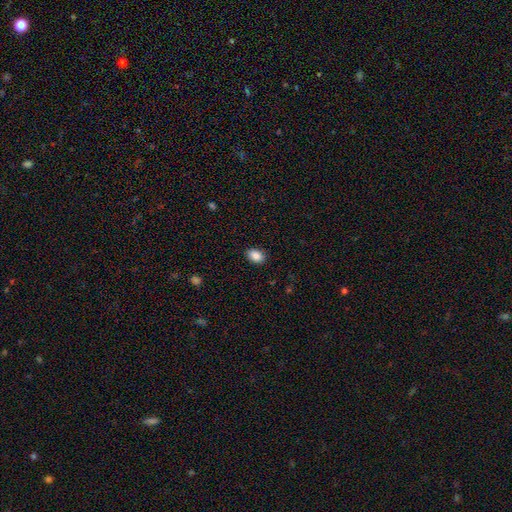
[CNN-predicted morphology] Overall: smooth (88%). How rounded: in between (79%). Merging: none (88%).